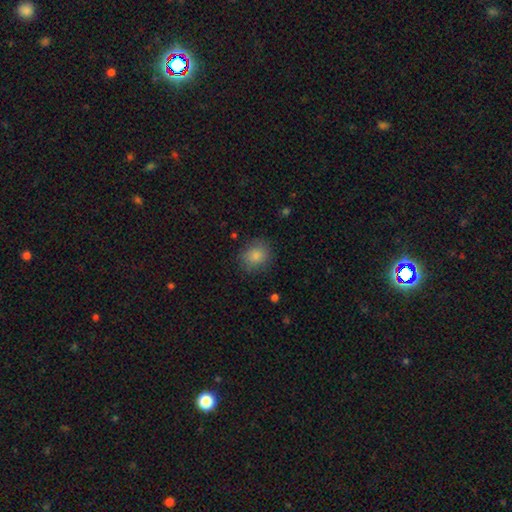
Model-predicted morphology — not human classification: Smooth or featured? Predicted: smooth (p=0.85). How rounded? Predicted: round (p=0.71). Merging? Predicted: none (p=0.80).